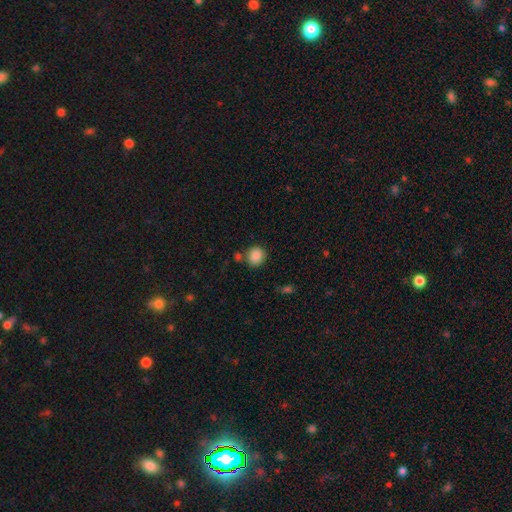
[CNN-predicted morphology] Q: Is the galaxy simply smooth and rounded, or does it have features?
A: smooth — 88%.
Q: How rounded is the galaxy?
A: round — 79%.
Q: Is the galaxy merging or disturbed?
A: none — 75%.